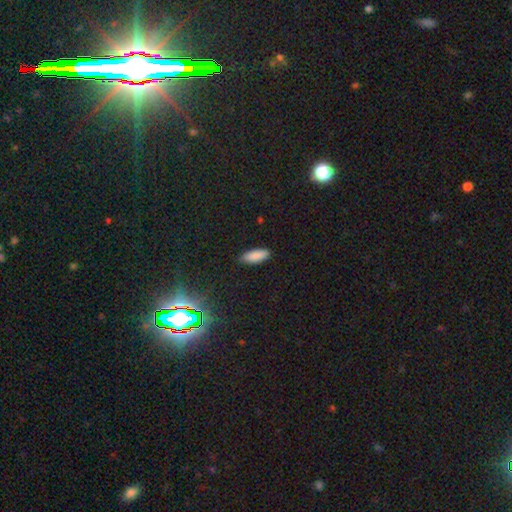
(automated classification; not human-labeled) The model was most divided on "how rounded": in between: 72%, cigar-shaped: 27%, round: 2%. More confident: merging — none (89%); smooth or featured — smooth (88%).